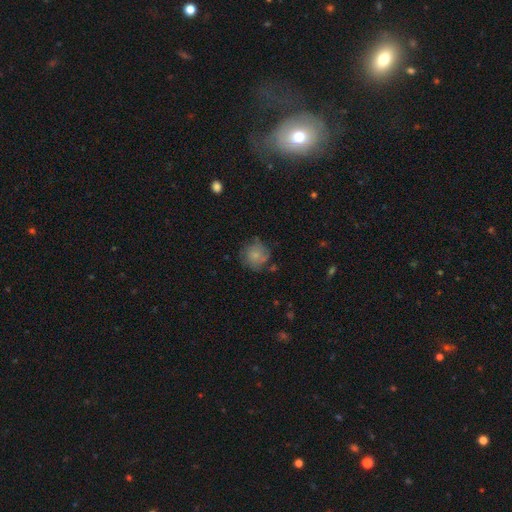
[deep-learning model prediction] Smooth or featured?
  - smooth: 70% *
  - featured or disk: 21%
  - star or artifact: 9%
How rounded?
  - round: 88% *
  - in between: 11%
  - cigar-shaped: 1%
Merging?
  - none: 65% *
  - minor disturbance: 23%
  - major disturbance: 9%
  - merger: 3%